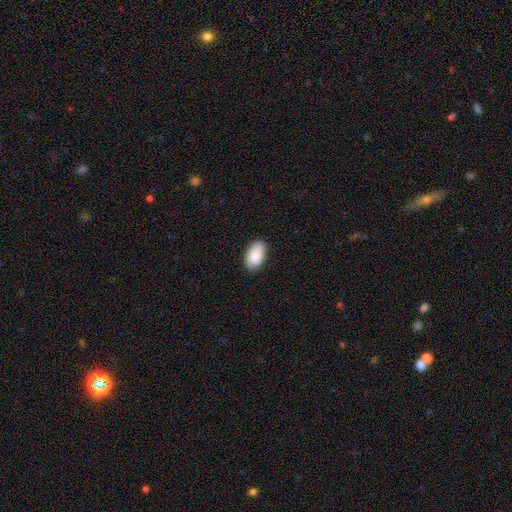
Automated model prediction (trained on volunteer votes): A smooth galaxy with no disk features (88%) that is in between round and cigar-shaped (95%). Merging: none (87%).